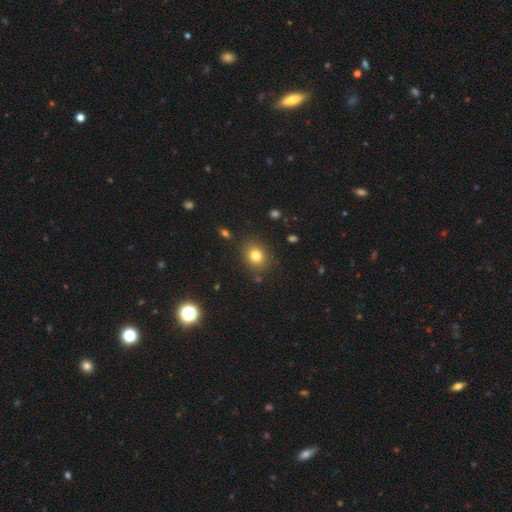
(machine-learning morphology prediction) type=smooth (79%); roundness=round (57%); merging=none (85%).